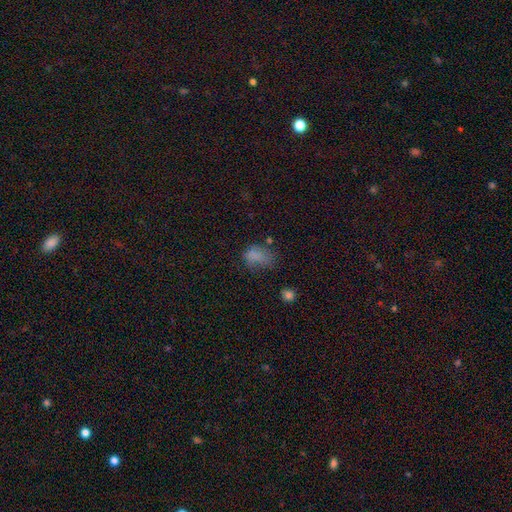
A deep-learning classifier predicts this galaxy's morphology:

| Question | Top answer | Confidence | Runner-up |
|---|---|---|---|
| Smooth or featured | smooth | 73% | star or artifact (15%) |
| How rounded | in between | 78% | round (21%) |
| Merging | none | 37% | minor disturbance (30%) |